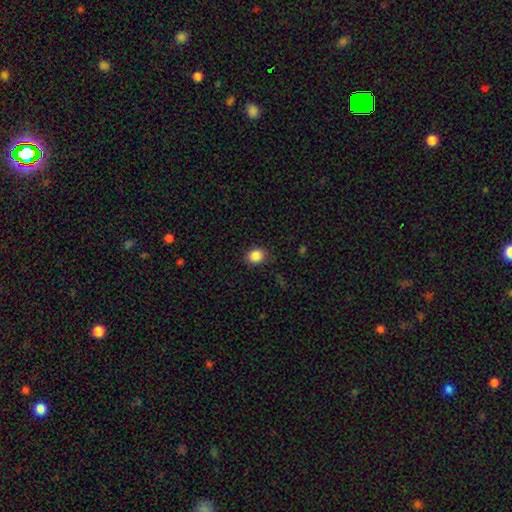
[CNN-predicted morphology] A smooth galaxy with no disk features (87%) that is round (63%). Merging: none (86%).